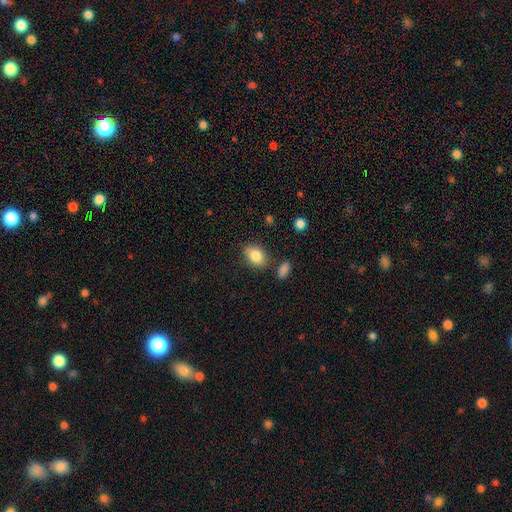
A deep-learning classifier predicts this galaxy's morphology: Smooth or featured?
  - smooth: 84% *
  - star or artifact: 8%
  - featured or disk: 8%
How rounded?
  - in between: 72% *
  - round: 27%
  - cigar-shaped: 1%
Merging?
  - none: 78% *
  - minor disturbance: 14%
  - merger: 5%
  - major disturbance: 3%